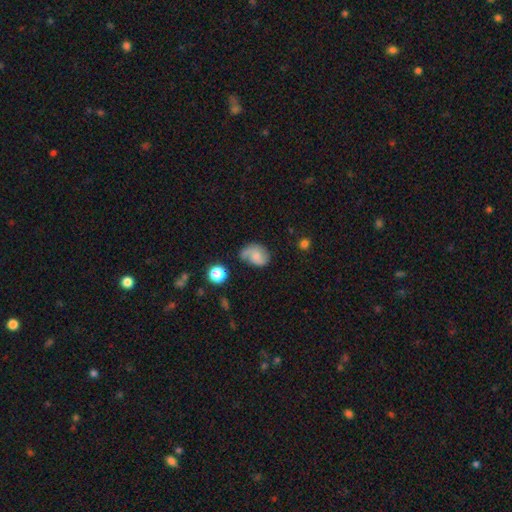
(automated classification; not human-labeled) Q: Smooth or featured?
A: featured or disk (47%); runner-up: smooth (44%)
Q: Merging?
A: none (48%); runner-up: minor disturbance (29%)